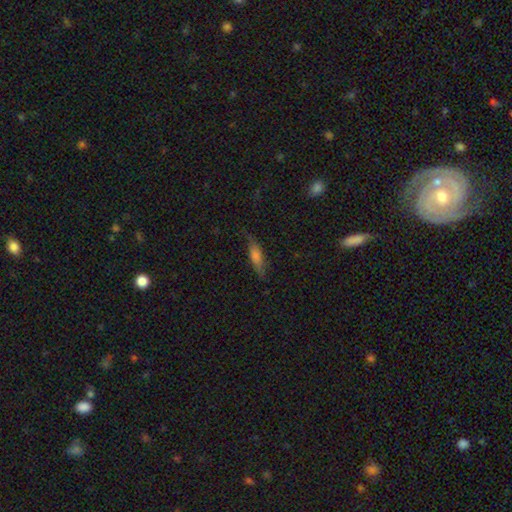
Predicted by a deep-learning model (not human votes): A smooth galaxy with no disk features (58%) that is cigar-shaped (63%). Merging: none (72%).